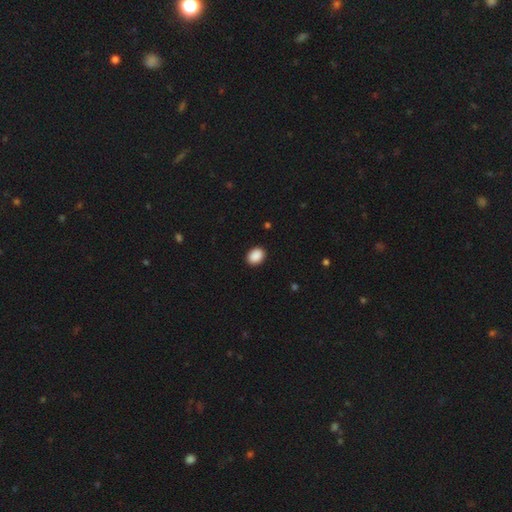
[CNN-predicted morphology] Q: Smooth or featured?
A: smooth (90%); runner-up: star or artifact (8%)
Q: How rounded?
A: in between (63%); runner-up: round (36%)
Q: Merging?
A: none (91%); runner-up: minor disturbance (6%)